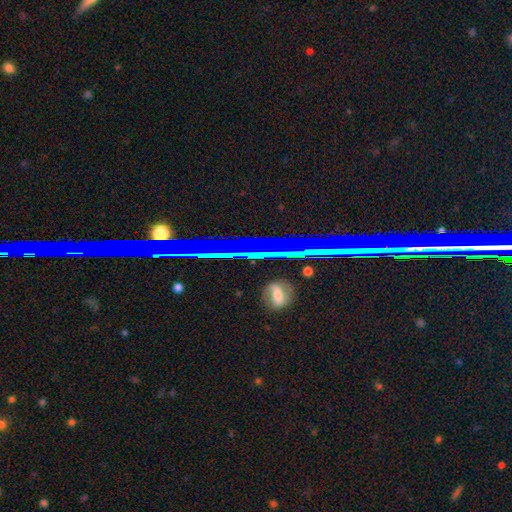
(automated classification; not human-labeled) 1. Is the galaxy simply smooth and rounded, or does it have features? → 78% star or artifact, 13% featured or disk, 10% smooth.